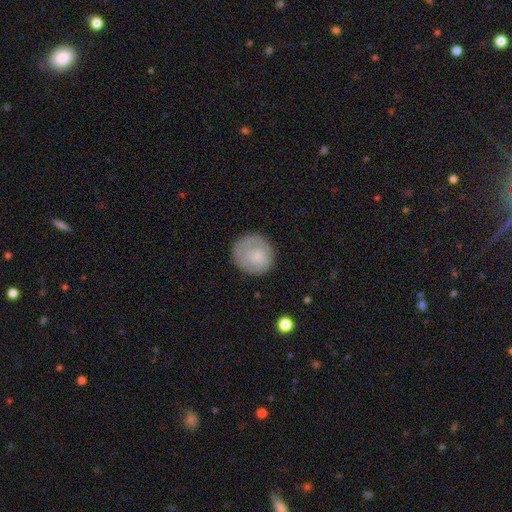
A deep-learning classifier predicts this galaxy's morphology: smooth 55%, featured or disk 37%, star or artifact 7%. Down the decision tree: how rounded — round (88%); merging — none (79%).